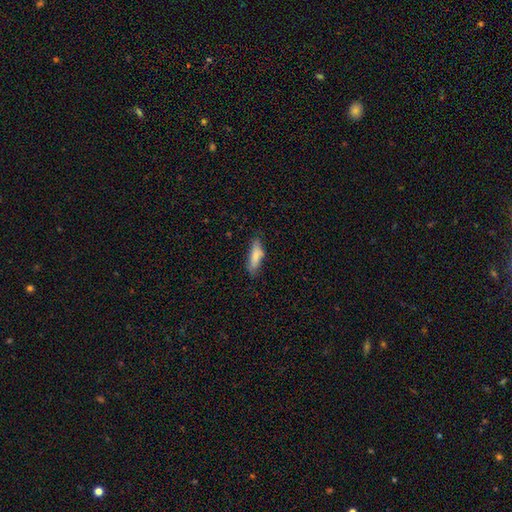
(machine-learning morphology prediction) Smooth or featured?
  - smooth: 79% *
  - featured or disk: 15%
  - star or artifact: 6%
How rounded?
  - cigar-shaped: 54% *
  - in between: 45%
  - round: 2%
Merging?
  - none: 69% *
  - minor disturbance: 23%
  - major disturbance: 5%
  - merger: 3%